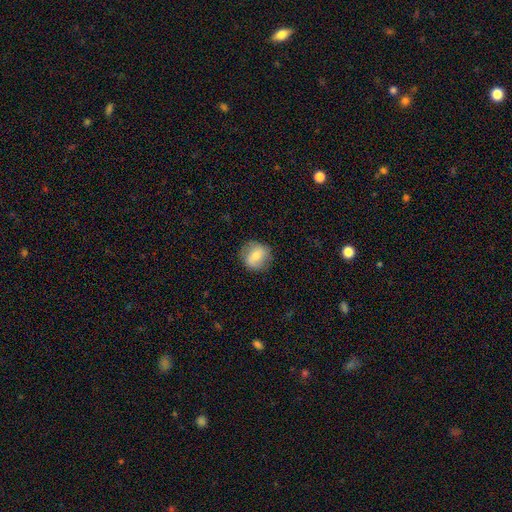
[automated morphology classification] smooth-or-featured: smooth: 63% | featured or disk: 29% | star or artifact: 8%
  how-rounded: round: 86% | in between: 13% | cigar-shaped: 1%
  merging: none: 80% | minor disturbance: 15% | major disturbance: 5% | merger: 1%